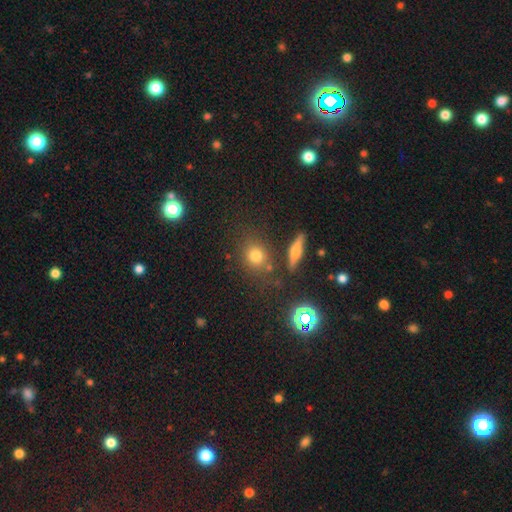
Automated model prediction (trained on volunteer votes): Overall: smooth (72%). How rounded: round (74%). Merging: none (77%).